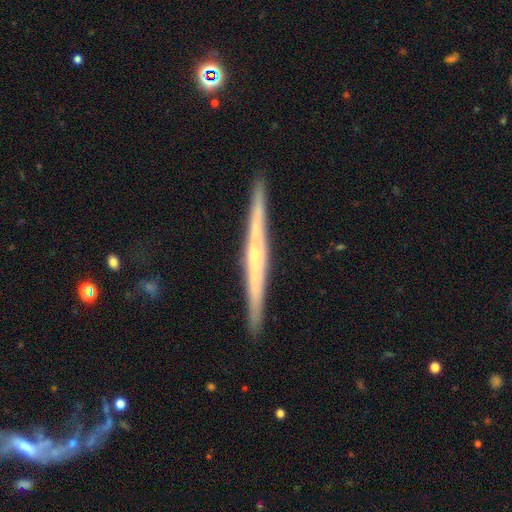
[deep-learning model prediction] Smooth or featured?
  - featured or disk: 74% *
  - smooth: 21%
  - star or artifact: 6%
Edge-on disk?
  - yes: 98% *
  - no: 2%
Edge-on bulge?
  - rounded: 48% *
  - none: 45%
  - boxy: 6%
Merging?
  - none: 91% *
  - minor disturbance: 6%
  - major disturbance: 1%
  - merger: 1%